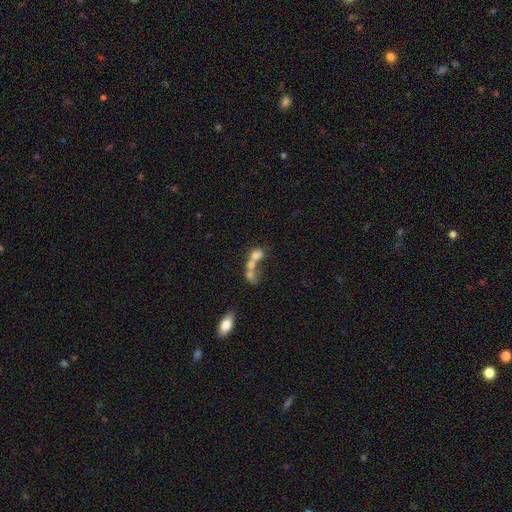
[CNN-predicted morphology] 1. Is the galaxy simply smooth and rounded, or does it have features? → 60% smooth, 27% featured or disk, 13% star or artifact.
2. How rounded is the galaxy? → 61% in between, 34% round, 5% cigar-shaped.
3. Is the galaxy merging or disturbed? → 71% merger, 15% none, 8% major disturbance, 5% minor disturbance.